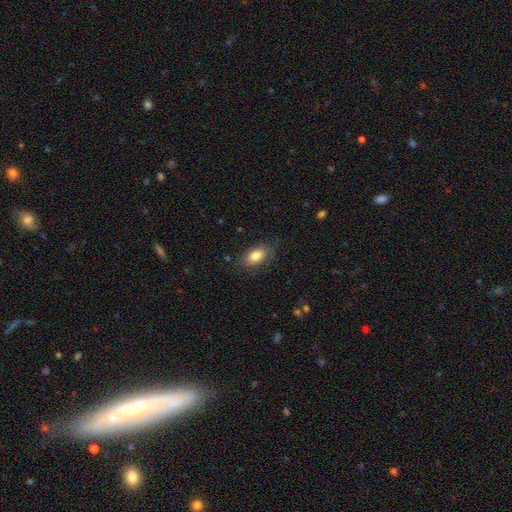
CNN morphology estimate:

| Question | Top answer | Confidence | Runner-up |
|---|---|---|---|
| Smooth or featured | smooth | 83% | featured or disk (10%) |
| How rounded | in between | 90% | round (6%) |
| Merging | none | 80% | minor disturbance (15%) |